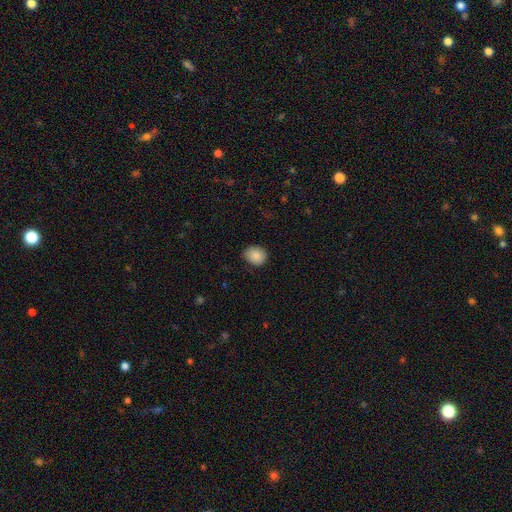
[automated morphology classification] Smooth or featured? smooth (88%)
How rounded? round (60%)
Merging? none (80%)